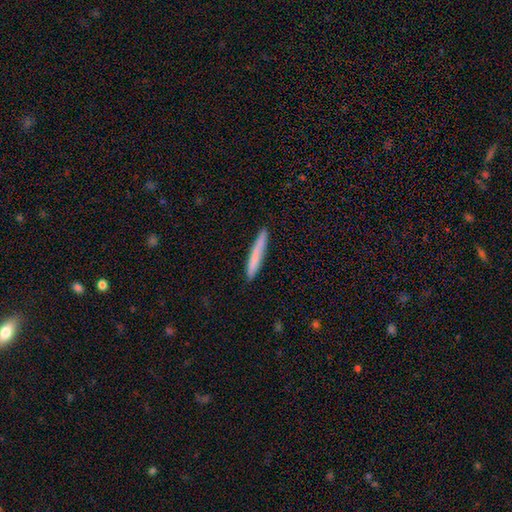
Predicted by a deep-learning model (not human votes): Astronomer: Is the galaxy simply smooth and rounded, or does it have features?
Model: smooth — 76%.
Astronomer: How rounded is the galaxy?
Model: cigar-shaped — 96%.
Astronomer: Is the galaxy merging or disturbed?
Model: none — 90%.